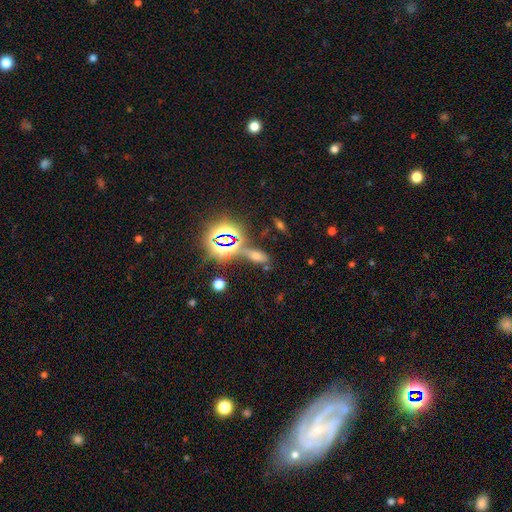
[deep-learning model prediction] Smooth or featured: star or artifact — 43% (smooth — 42%)